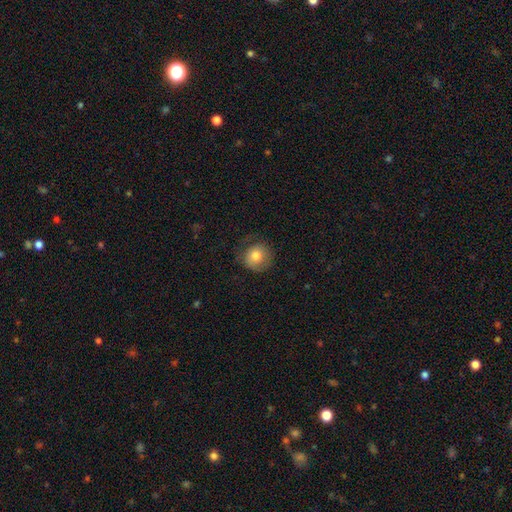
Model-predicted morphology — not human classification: This appears to be a smooth galaxy with no disk features (77%) that is round (89%). Merging: none (69%).